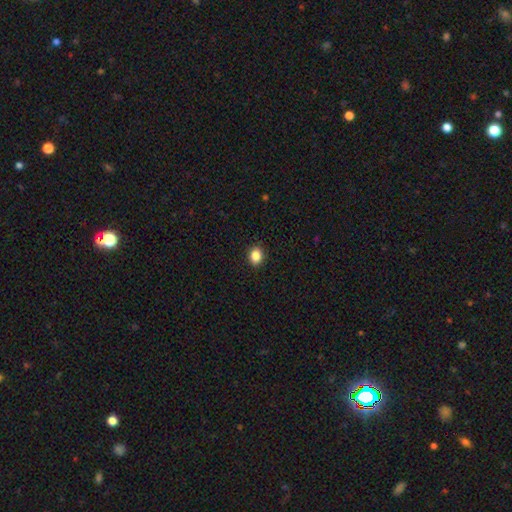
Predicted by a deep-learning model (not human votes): Morphology: type=smooth (87%); roundness=round (51%); merging=none (91%).